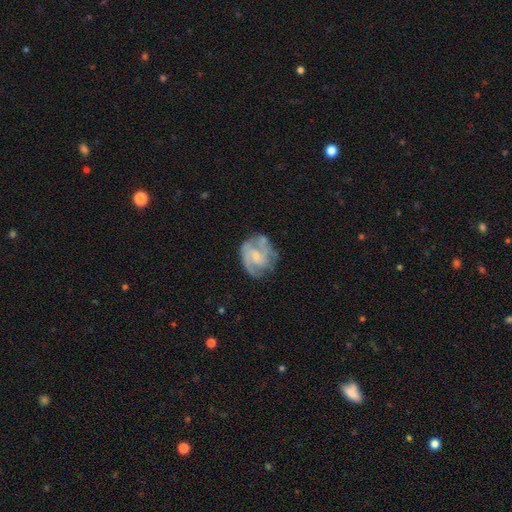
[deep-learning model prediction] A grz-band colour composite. It shows a featured or disk galaxy (75%) with no bar (49%), 2 (46%) medium (47%) spiral arms (87%) and a small central bulge (50%). Merging: none (61%).